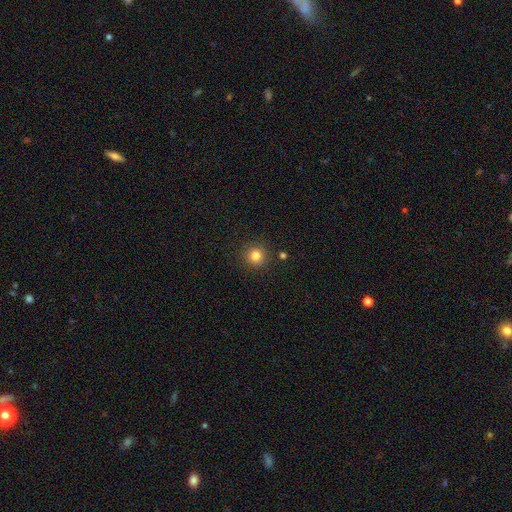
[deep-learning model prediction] smooth_or_featured: smooth (p=0.83) [alt: star or artifact p=0.12]
how_rounded: round (p=0.93) [alt: in between p=0.06]
merging: none (p=0.89) [alt: minor disturbance p=0.06]